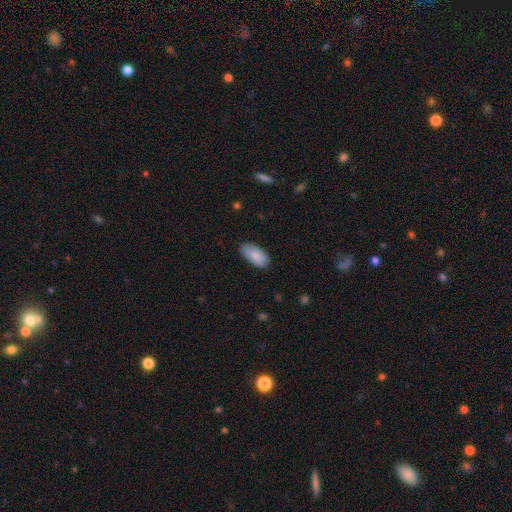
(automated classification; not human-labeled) smooth 87%, featured or disk 7%, star or artifact 6%. Down the decision tree: how rounded — in between (93%); merging — none (79%).